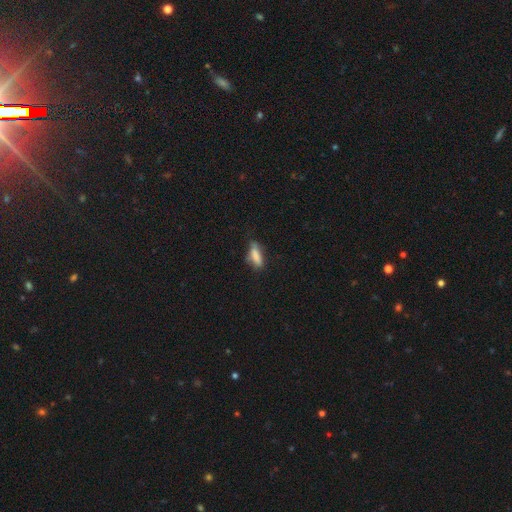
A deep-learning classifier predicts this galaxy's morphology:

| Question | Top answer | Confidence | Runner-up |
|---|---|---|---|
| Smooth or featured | smooth | 77% | featured or disk (14%) |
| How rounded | in between | 52% | cigar-shaped (46%) |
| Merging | none | 57% | minor disturbance (30%) |